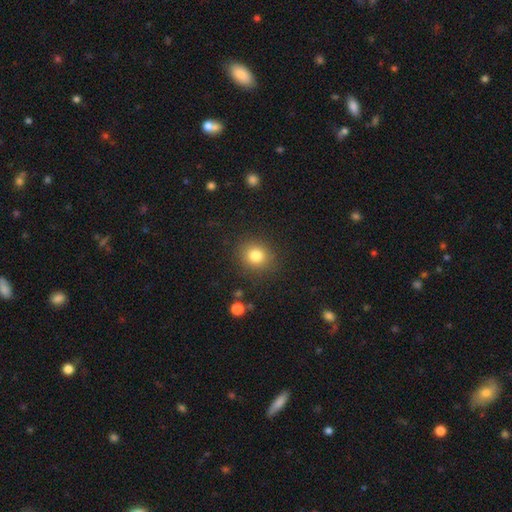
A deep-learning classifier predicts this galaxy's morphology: A smooth galaxy with no disk features (81%) that is round (81%). Merging: none (86%).